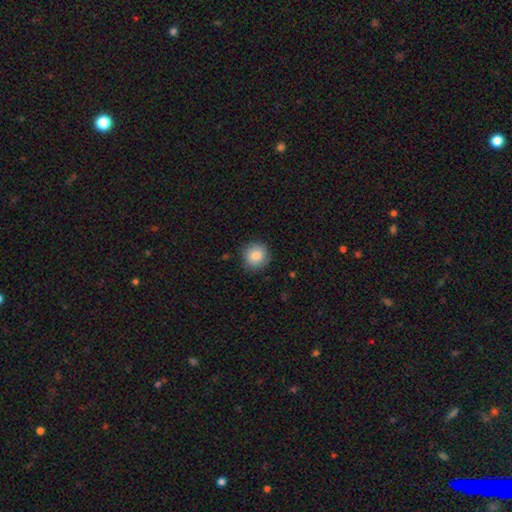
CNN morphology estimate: smooth 86%, star or artifact 8%, featured or disk 6%. Down the decision tree: how rounded — round (92%); merging — none (87%).